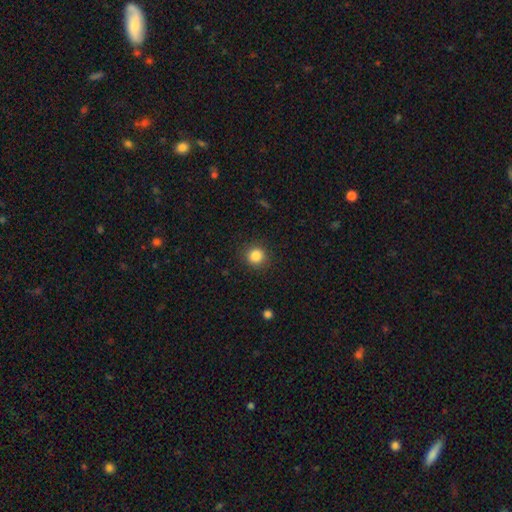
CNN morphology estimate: This appears to be a smooth galaxy with no disk features (85%) that is round (92%). Merging: none (90%).